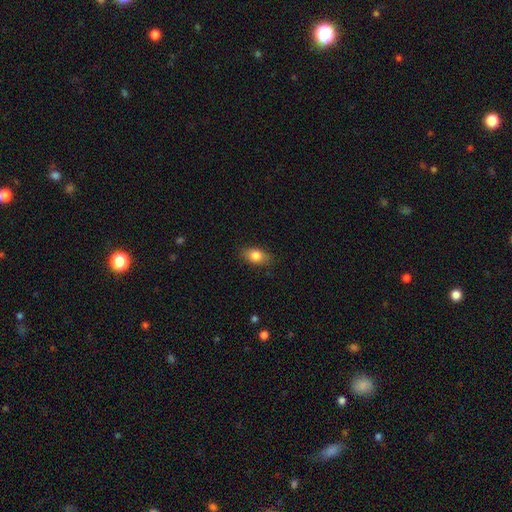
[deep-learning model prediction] A smooth galaxy with no disk features (82%) that is in between round and cigar-shaped (85%).

Vote fractions:
- Smooth or featured? smooth: 82% / featured or disk: 11% / star or artifact: 8%
- How rounded? in between: 85% / round: 12% / cigar-shaped: 3%
- Merging? none: 85% / minor disturbance: 12% / major disturbance: 3% / merger: 1%